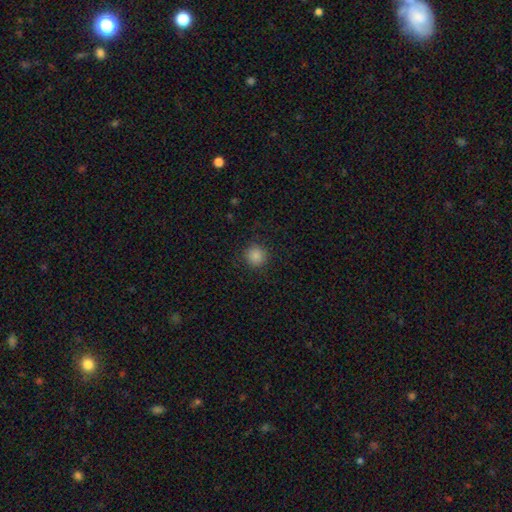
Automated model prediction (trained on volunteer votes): Morphology: type=smooth (85%); roundness=round (94%); merging=none (90%).